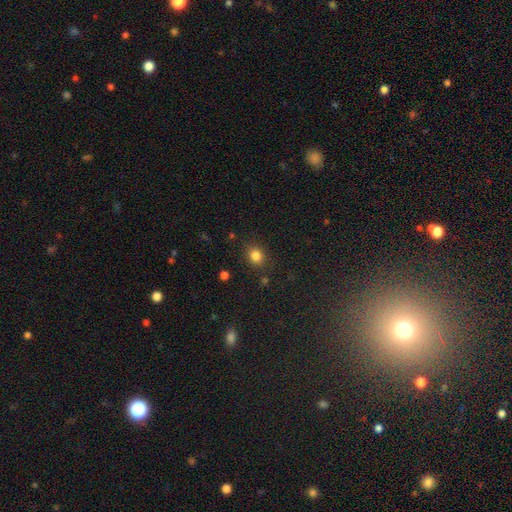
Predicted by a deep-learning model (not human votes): A smooth galaxy with no disk features (83%) that is round (72%). Merging: none (85%).